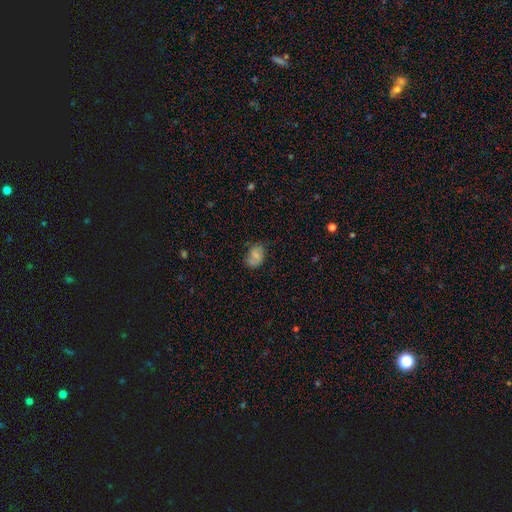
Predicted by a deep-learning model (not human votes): A smooth galaxy with no disk features (72%) that is in between round and cigar-shaped (76%). Merging: none (60%).